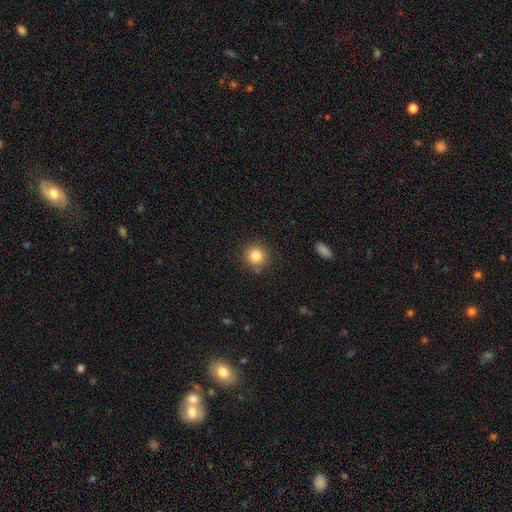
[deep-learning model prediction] This is clearly a smooth galaxy (84%). How rounded: clearly round (93%). Merging: clearly none (88%).